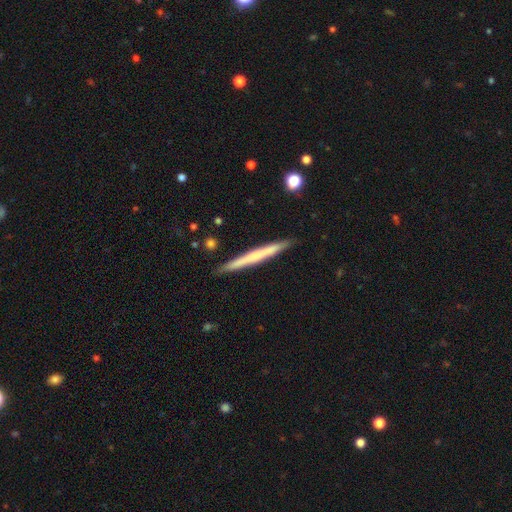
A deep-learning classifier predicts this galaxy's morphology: smooth 51%, featured or disk 44%, star or artifact 5%. Down the decision tree: how rounded — cigar-shaped (97%); merging — none (91%).